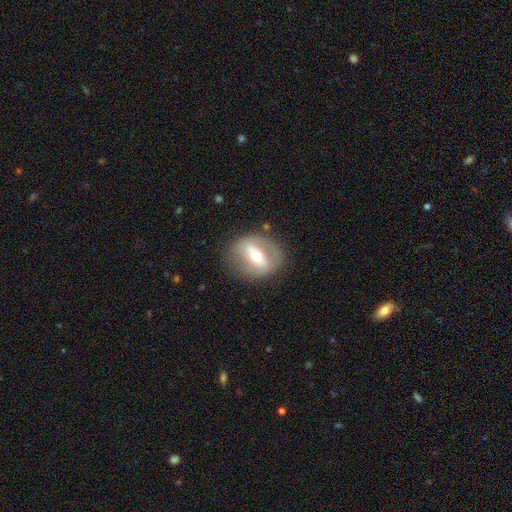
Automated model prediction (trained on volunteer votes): Overall: featured or disk (62%; smooth 31%). Edge-on disk: no (86%). Bar: strong (58%; weak 26%). Spiral arms: no (74%). Bulge size: moderate (64%; small 27%). Merging: none (77%).